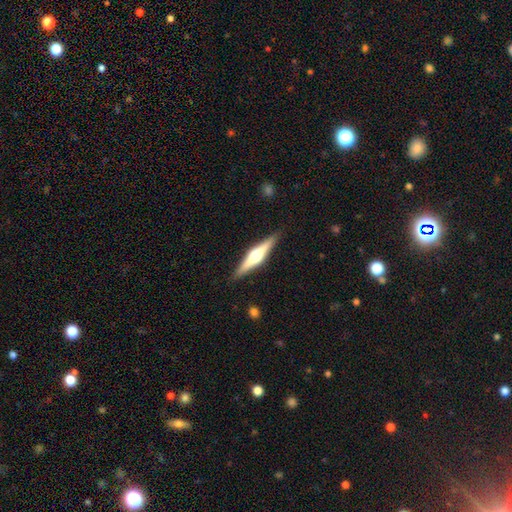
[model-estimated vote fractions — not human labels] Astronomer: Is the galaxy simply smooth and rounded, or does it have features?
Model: featured or disk — 72%.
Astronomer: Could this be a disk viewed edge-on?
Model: yes — 98%.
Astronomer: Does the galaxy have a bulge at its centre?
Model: rounded — 93%.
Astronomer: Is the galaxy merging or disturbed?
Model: none — 90%.